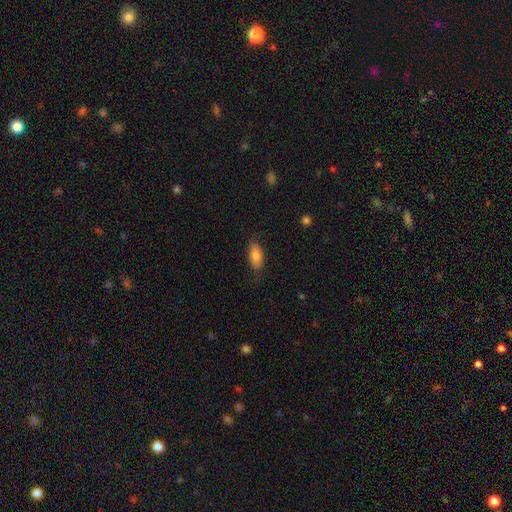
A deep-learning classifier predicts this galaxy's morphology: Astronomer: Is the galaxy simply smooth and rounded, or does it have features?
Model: smooth — 80%.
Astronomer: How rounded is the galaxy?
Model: in between — 88%.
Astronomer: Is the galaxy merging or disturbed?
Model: none — 77%.